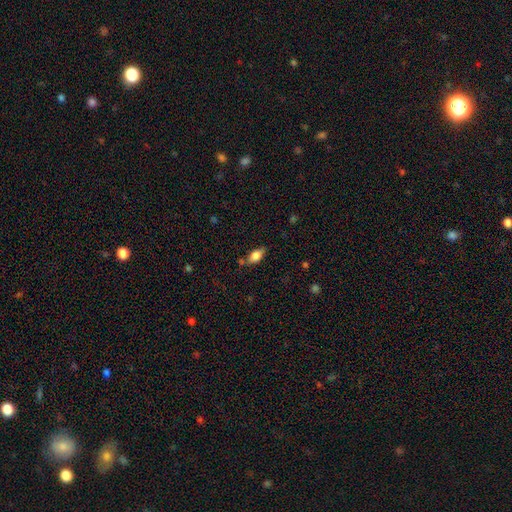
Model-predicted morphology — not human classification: This appears to be a smooth galaxy with no disk features (75%) that is in between round and cigar-shaped (85%). Merging: none (72%).